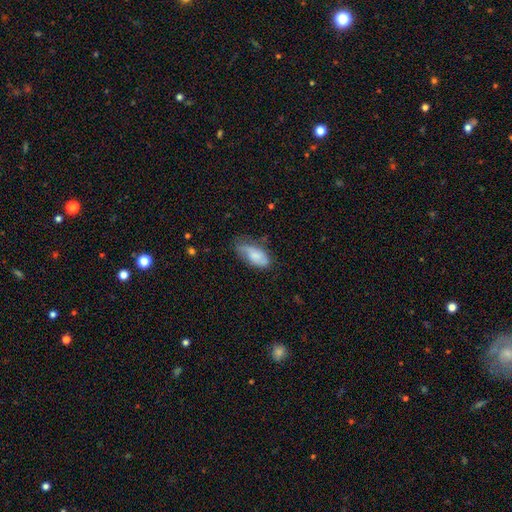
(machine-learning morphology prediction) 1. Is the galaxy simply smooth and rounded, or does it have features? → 68% smooth, 25% featured or disk, 7% star or artifact.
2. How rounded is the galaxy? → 89% in between, 8% cigar-shaped, 3% round.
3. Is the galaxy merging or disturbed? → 46% none, 37% minor disturbance, 15% major disturbance, 3% merger.